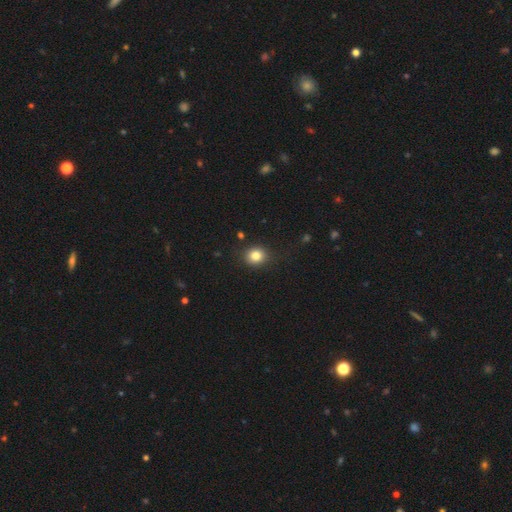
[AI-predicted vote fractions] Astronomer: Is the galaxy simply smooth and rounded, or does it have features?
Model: smooth — 82%.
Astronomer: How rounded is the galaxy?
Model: round — 71%.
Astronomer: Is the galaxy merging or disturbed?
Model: none — 86%.